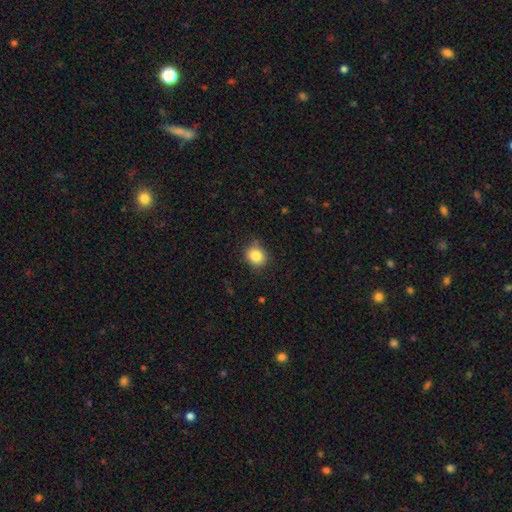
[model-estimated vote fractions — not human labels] Overall: smooth (84%). How rounded: round (75%). Merging: none (82%).